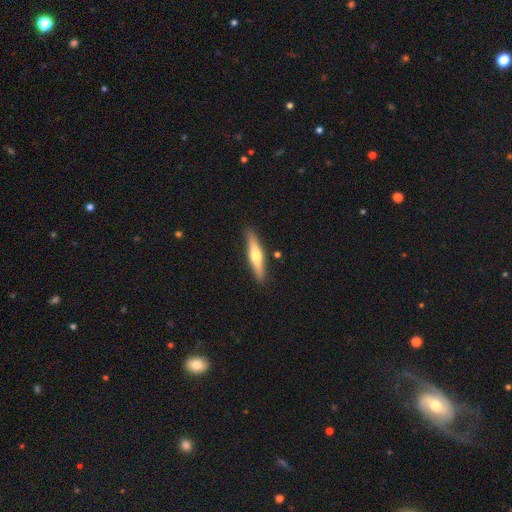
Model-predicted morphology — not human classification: A featured or disk galaxy (53%) viewed edge-on (94%).

Vote fractions:
- Smooth or featured? featured or disk: 53% / smooth: 42% / star or artifact: 5%
- Edge-on disk? yes: 94% / no: 6%
- Merging? none: 89% / minor disturbance: 8% / major disturbance: 2% / merger: 2%